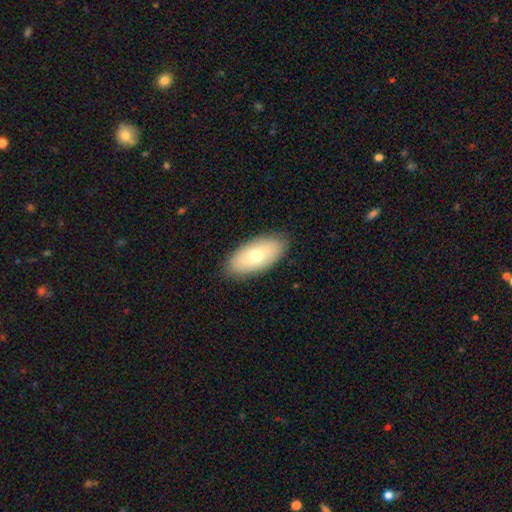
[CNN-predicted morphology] smooth_or_featured: smooth (p=0.70) [alt: featured or disk p=0.24]
how_rounded: in between (p=0.93) [alt: cigar-shaped p=0.04]
merging: none (p=0.86) [alt: minor disturbance p=0.11]